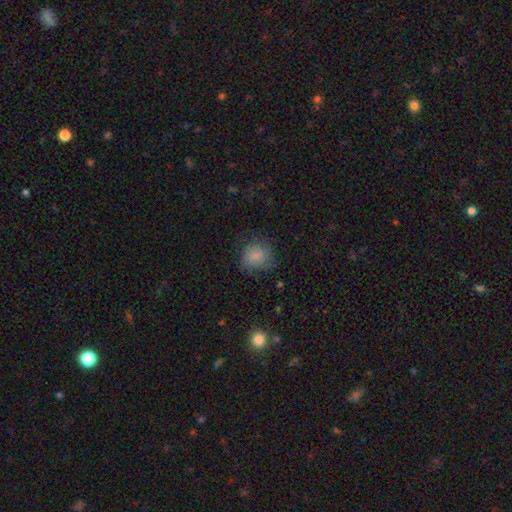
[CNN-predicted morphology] type=smooth (75%); roundness=round (80%); merging=none (66%).